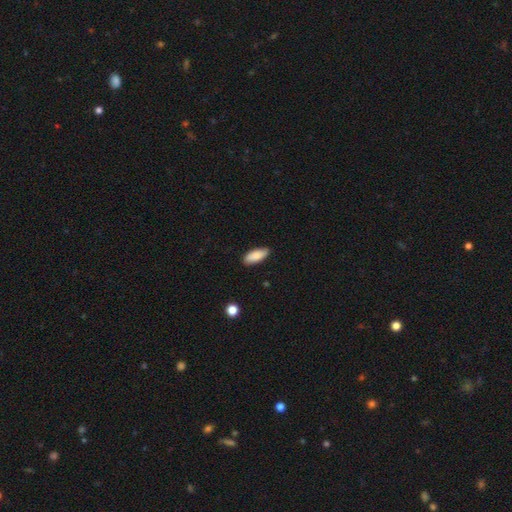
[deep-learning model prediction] A smooth galaxy with no disk features (87%) that is in between round and cigar-shaped (80%).

Vote fractions:
- Smooth or featured? smooth: 87% / featured or disk: 7% / star or artifact: 6%
- How rounded? in between: 80% / cigar-shaped: 18% / round: 2%
- Merging? none: 86% / minor disturbance: 11% / major disturbance: 2% / merger: 1%